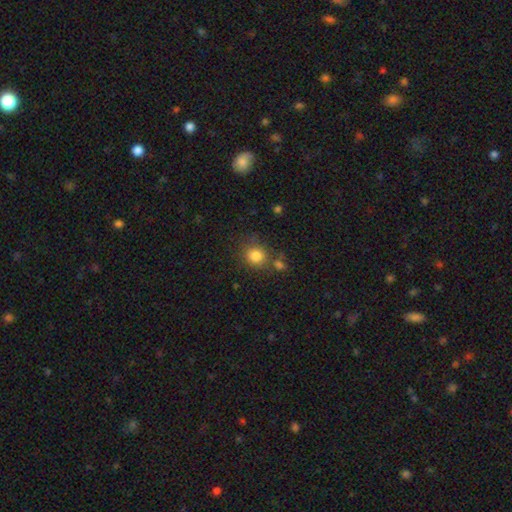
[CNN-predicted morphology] Smooth or featured: smooth — 83% (star or artifact — 11%)
How rounded: round — 83% (in between — 16%)
Merging: none — 70% (merger — 13%)